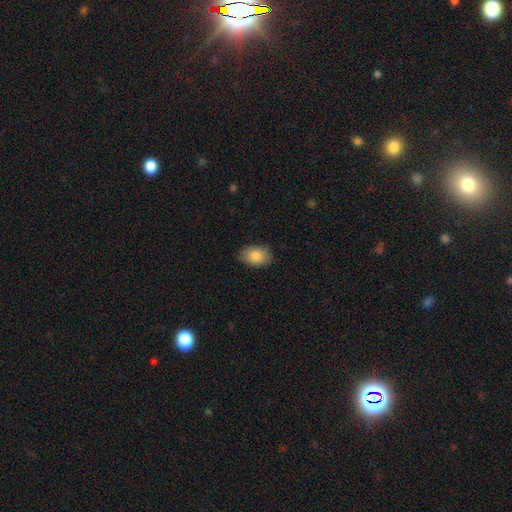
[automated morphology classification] smooth_or_featured: smooth (p=0.85) [alt: featured or disk p=0.08]
how_rounded: in between (p=0.86) [alt: round p=0.13]
merging: none (p=0.83) [alt: minor disturbance p=0.13]